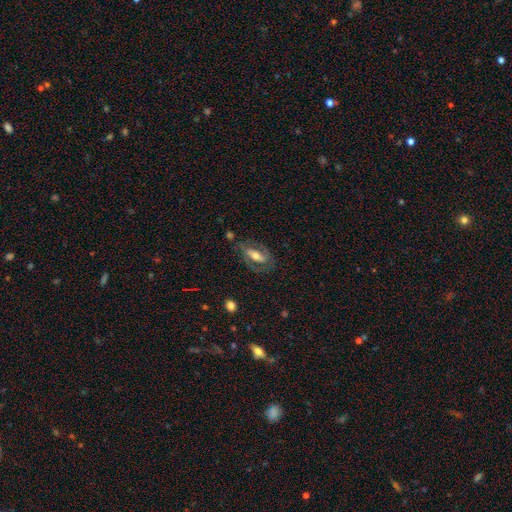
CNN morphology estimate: This appears to be a featured or disk galaxy (69%) with a strong bar (44%), spiral arms (80%) and a moderate central bulge (62%). Merging: none (69%).